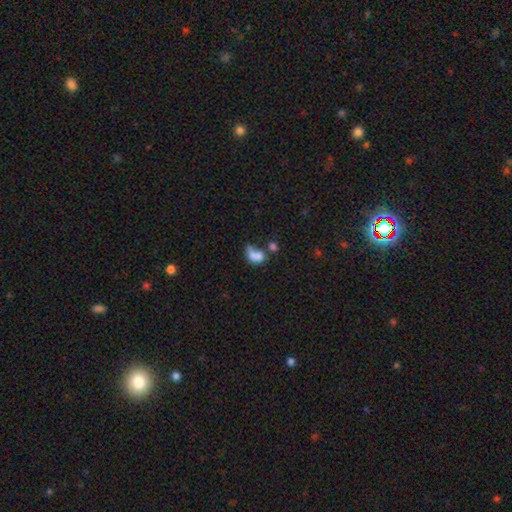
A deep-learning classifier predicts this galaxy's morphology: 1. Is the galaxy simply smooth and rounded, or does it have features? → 71% smooth, 18% featured or disk, 11% star or artifact.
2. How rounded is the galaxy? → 73% in between, 25% round, 2% cigar-shaped.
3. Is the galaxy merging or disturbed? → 52% merger, 18% none, 17% major disturbance, 13% minor disturbance.